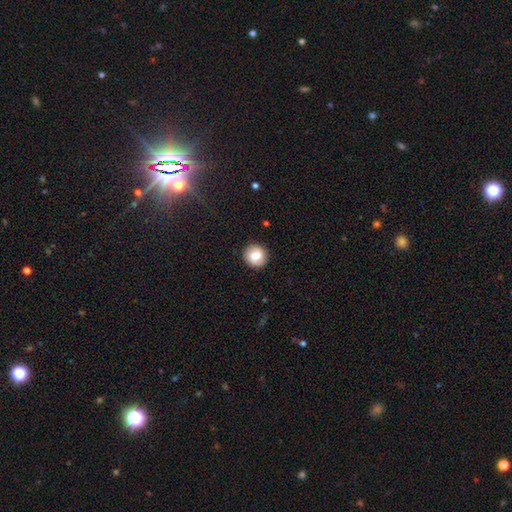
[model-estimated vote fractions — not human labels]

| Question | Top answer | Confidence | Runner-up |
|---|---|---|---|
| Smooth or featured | smooth | 79% | featured or disk (13%) |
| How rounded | round | 92% | in between (7%) |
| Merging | none | 91% | minor disturbance (6%) |